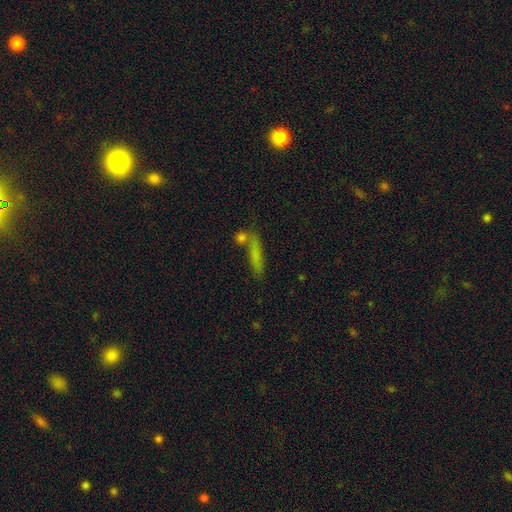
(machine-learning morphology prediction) Smooth or featured? Predicted: smooth (p=0.70). How rounded? Predicted: cigar-shaped (p=0.77). Merging? Predicted: none (p=0.57).